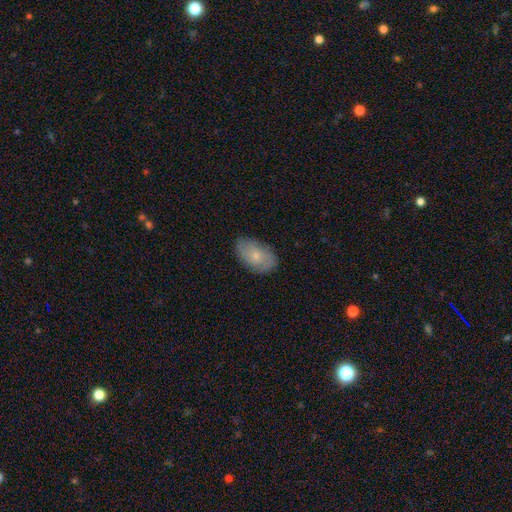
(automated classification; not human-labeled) This is likely a smooth galaxy (66%). How rounded: clearly in between (91%). Merging: likely none (80%).